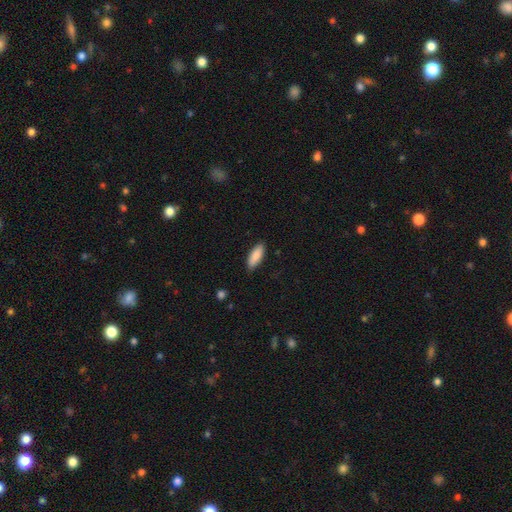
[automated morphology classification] type=smooth (87%); roundness=in between (70%); merging=none (85%).